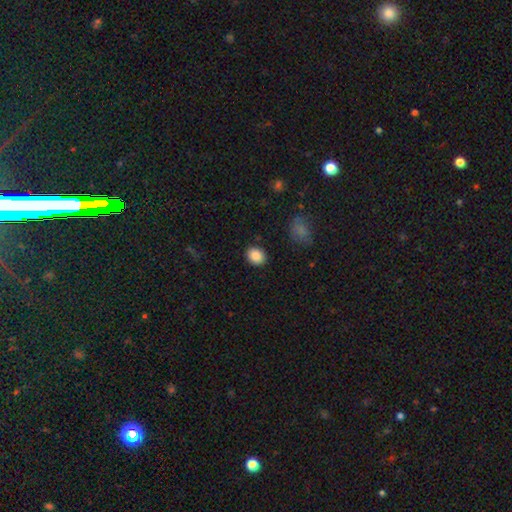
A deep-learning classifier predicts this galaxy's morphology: Smooth or featured?
  - smooth: 88% *
  - star or artifact: 8%
  - featured or disk: 3%
How rounded?
  - round: 51% *
  - in between: 48%
  - cigar-shaped: 1%
Merging?
  - none: 89% *
  - minor disturbance: 7%
  - major disturbance: 2%
  - merger: 1%